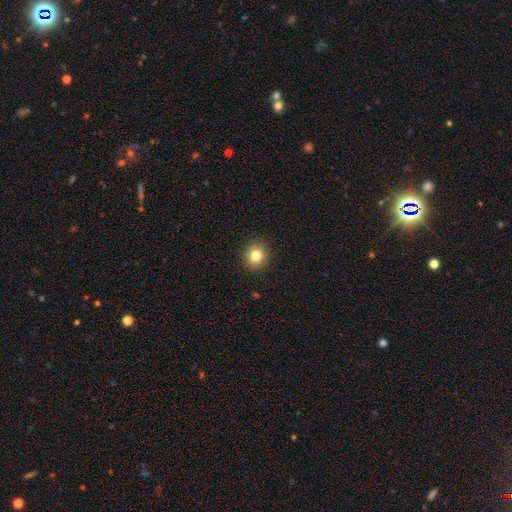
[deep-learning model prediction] Smooth or featured: smooth — 82% (star or artifact — 11%)
How rounded: round — 91% (in between — 8%)
Merging: none — 92% (minor disturbance — 5%)